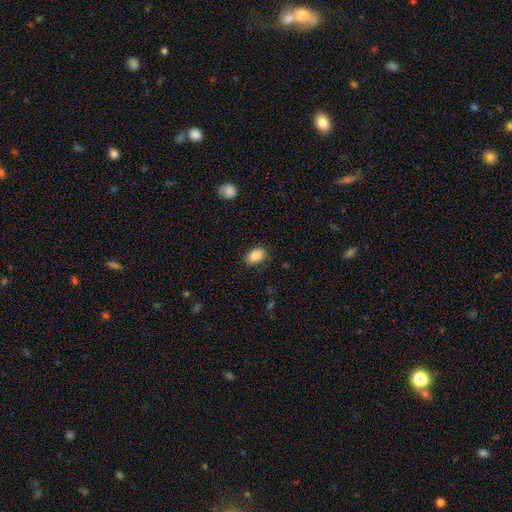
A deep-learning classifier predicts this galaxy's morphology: A smooth galaxy with no disk features (88%) that is in between round and cigar-shaped (86%). Merging: none (81%).